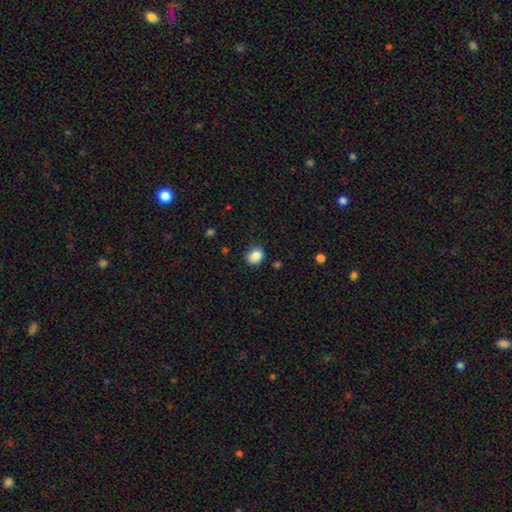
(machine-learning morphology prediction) Smooth or featured: smooth — 87% (star or artifact — 9%)
How rounded: round — 56% (in between — 43%)
Merging: none — 79% (minor disturbance — 16%)